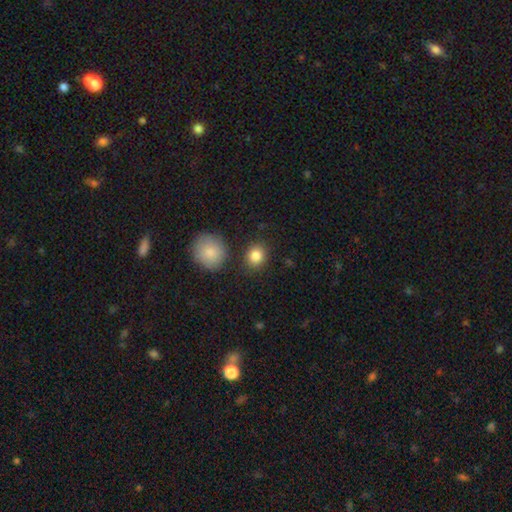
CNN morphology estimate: A smooth galaxy with no disk features (86%) that is round (70%).

Vote fractions:
- Smooth or featured? smooth: 86% / star or artifact: 9% / featured or disk: 5%
- How rounded? round: 70% / in between: 29% / cigar-shaped: 1%
- Merging? none: 80% / minor disturbance: 10% / merger: 7% / major disturbance: 3%